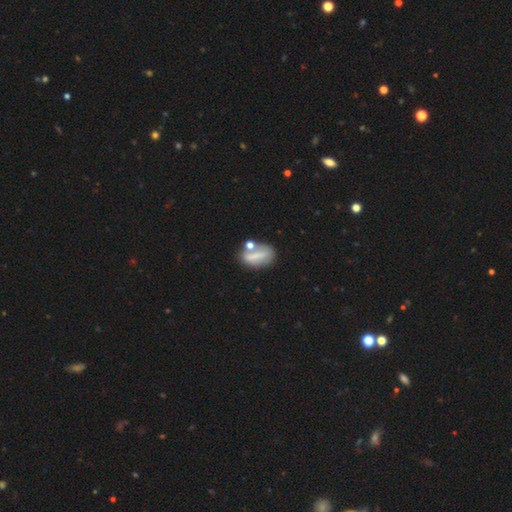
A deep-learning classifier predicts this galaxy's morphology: A smooth galaxy with no disk features (57%) that is in between round and cigar-shaped (74%).

Vote fractions:
- Smooth or featured? smooth: 57% / featured or disk: 33% / star or artifact: 10%
- How rounded? in between: 74% / cigar-shaped: 13% / round: 13%
- Merging? none: 47% / merger: 23% / minor disturbance: 20% / major disturbance: 10%